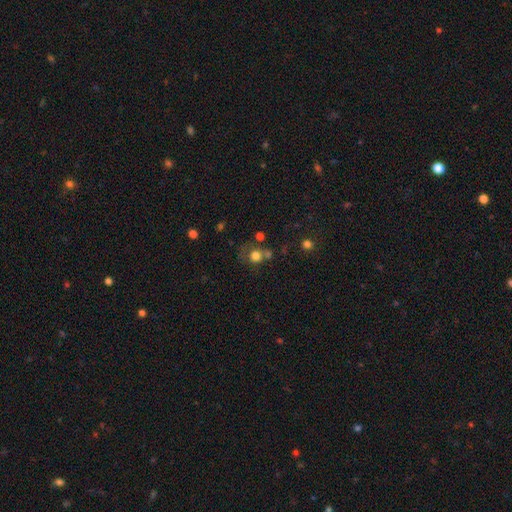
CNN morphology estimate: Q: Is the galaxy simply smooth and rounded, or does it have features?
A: smooth — 72%.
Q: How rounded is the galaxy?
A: round — 83%.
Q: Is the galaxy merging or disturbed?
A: none — 46%.